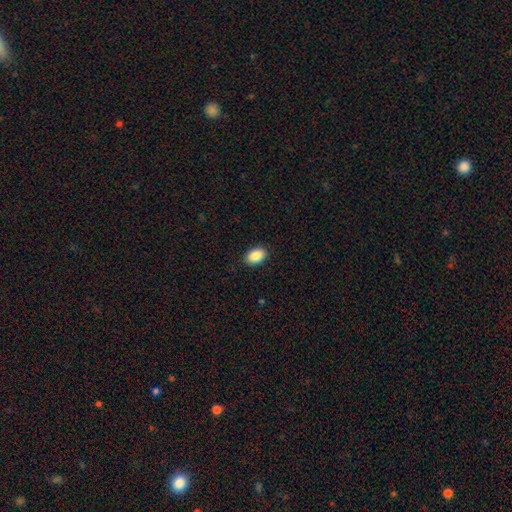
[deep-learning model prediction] Smooth or featured: smooth — 89% (star or artifact — 7%)
How rounded: in between — 90% (round — 9%)
Merging: none — 90% (minor disturbance — 7%)